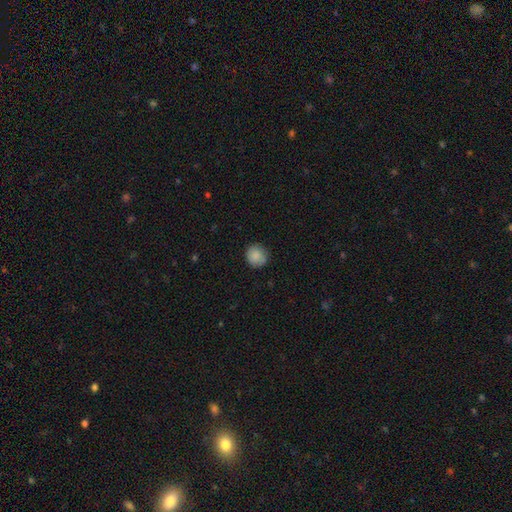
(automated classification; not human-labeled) smooth-or-featured: smooth: 87% | star or artifact: 8% | featured or disk: 5%
  how-rounded: round: 88% | in between: 11% | cigar-shaped: 1%
  merging: none: 84% | minor disturbance: 12% | major disturbance: 2% | merger: 1%